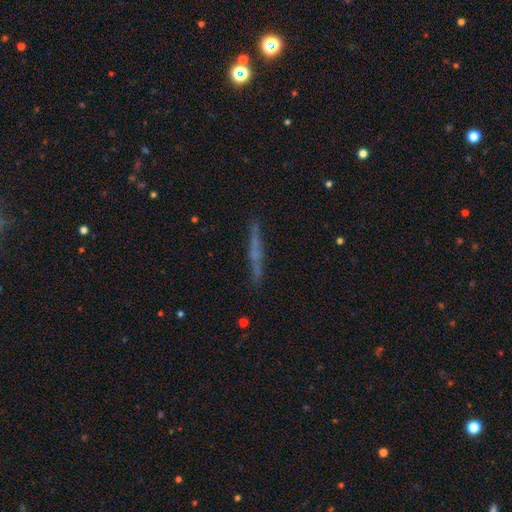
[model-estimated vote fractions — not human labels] Smooth or featured?
  - featured or disk: 51% *
  - smooth: 38%
  - star or artifact: 11%
Edge-on disk?
  - yes: 91% *
  - no: 9%
Merging?
  - none: 85% *
  - minor disturbance: 10%
  - major disturbance: 2%
  - merger: 2%